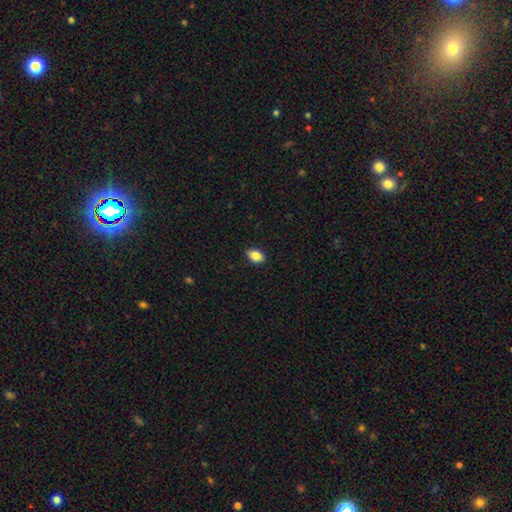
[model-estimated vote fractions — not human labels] Q: Smooth or featured?
A: smooth (86%); runner-up: star or artifact (8%)
Q: How rounded?
A: in between (85%); runner-up: round (13%)
Q: Merging?
A: none (88%); runner-up: minor disturbance (9%)